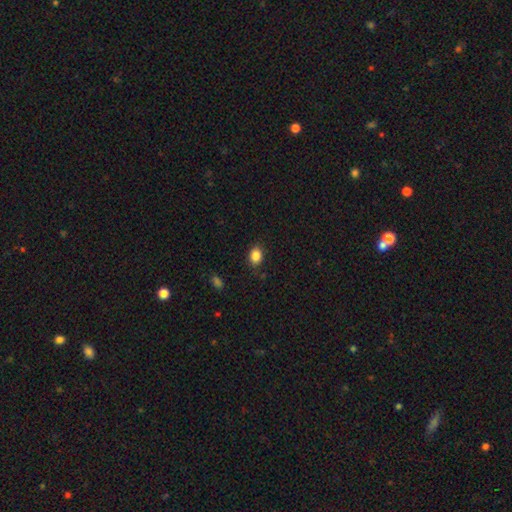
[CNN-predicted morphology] Smooth or featured: smooth — 86% (star or artifact — 10%)
How rounded: in between — 60% (round — 39%)
Merging: none — 85% (minor disturbance — 12%)